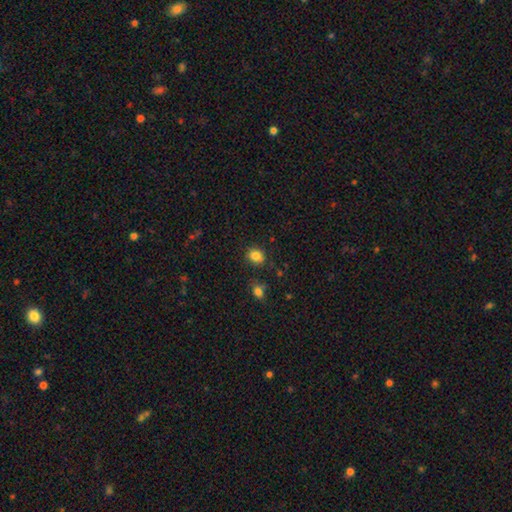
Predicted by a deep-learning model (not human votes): smooth 82%, star or artifact 12%, featured or disk 7%. Down the decision tree: how rounded — round (61%); merging — none (75%).